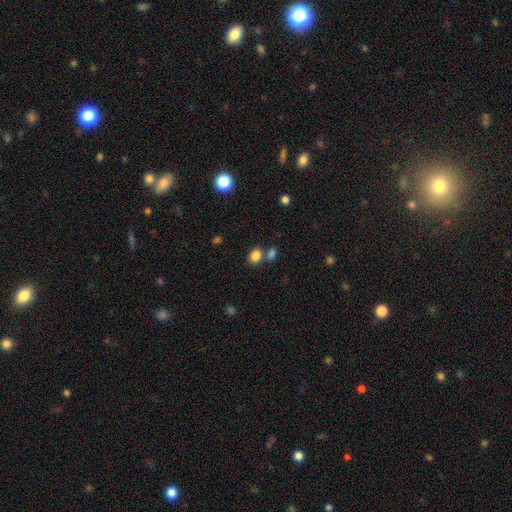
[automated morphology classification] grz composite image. It shows a smooth galaxy with no disk features (84%) that is in between round and cigar-shaped (61%). Merging: none (61%).